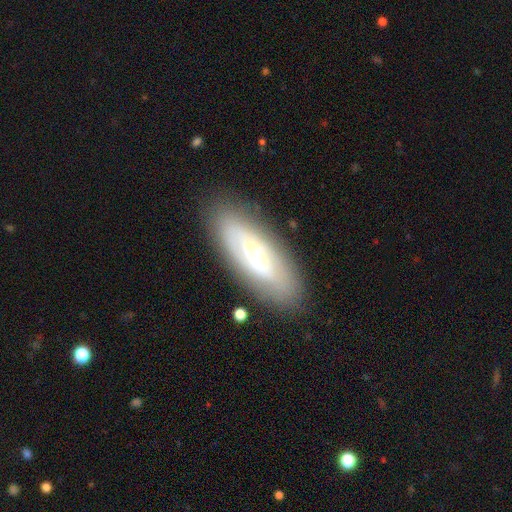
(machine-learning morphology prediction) Overall: featured or disk (54%; smooth 38%). Edge-on disk: no (71%). Merging: none (82%).